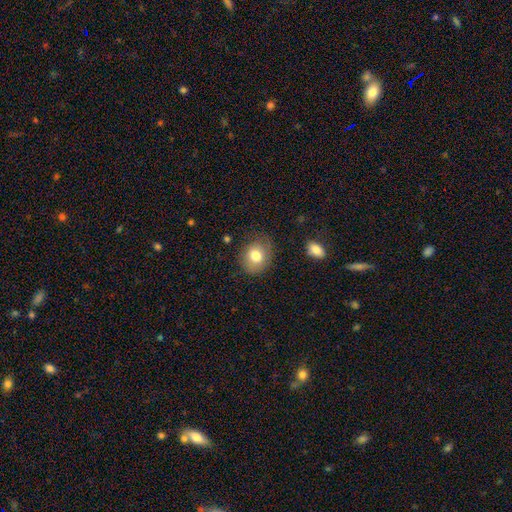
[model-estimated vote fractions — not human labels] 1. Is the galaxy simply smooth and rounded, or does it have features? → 78% smooth, 13% featured or disk, 9% star or artifact.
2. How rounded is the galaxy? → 62% round, 37% in between, 1% cigar-shaped.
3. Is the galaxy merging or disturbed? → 75% none, 18% minor disturbance, 5% major disturbance, 2% merger.